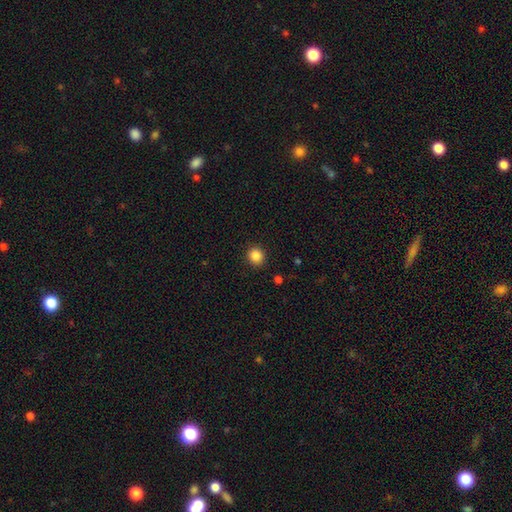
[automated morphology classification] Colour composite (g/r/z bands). It shows a smooth galaxy with no disk features (86%) that is round (88%). Merging: none (91%).